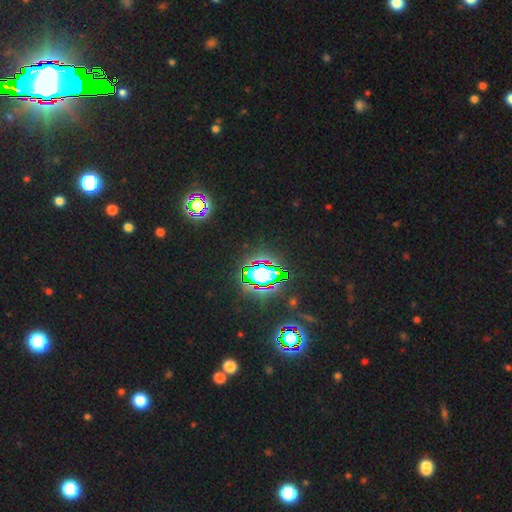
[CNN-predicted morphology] Smooth or featured: star or artifact — 83% (smooth — 10%)